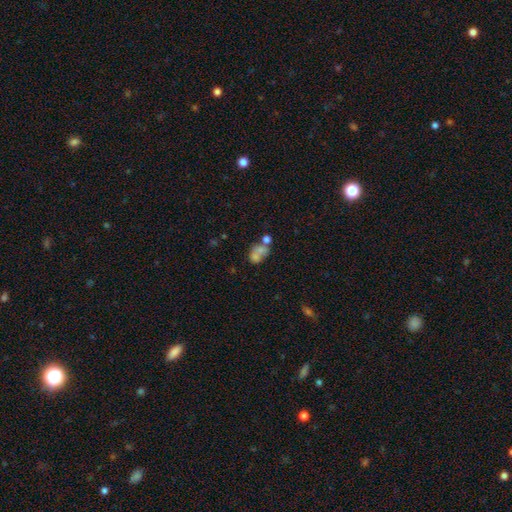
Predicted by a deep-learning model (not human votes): Smooth or featured? smooth (63%)
How rounded? in between (73%)
Merging? merger (42%)